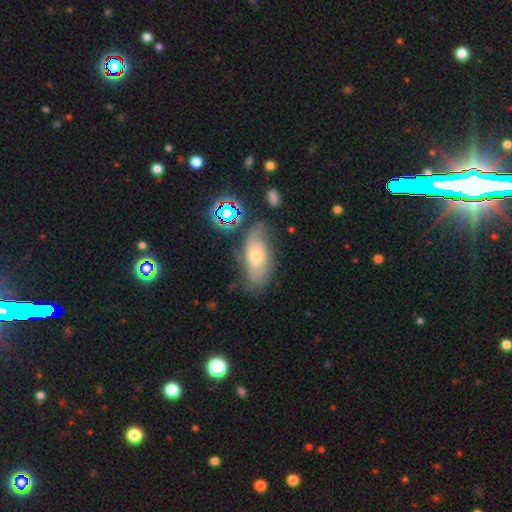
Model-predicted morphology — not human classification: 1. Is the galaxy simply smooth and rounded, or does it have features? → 49% featured or disk, 38% smooth, 13% star or artifact.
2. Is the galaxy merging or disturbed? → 61% none, 23% minor disturbance, 11% major disturbance, 5% merger.